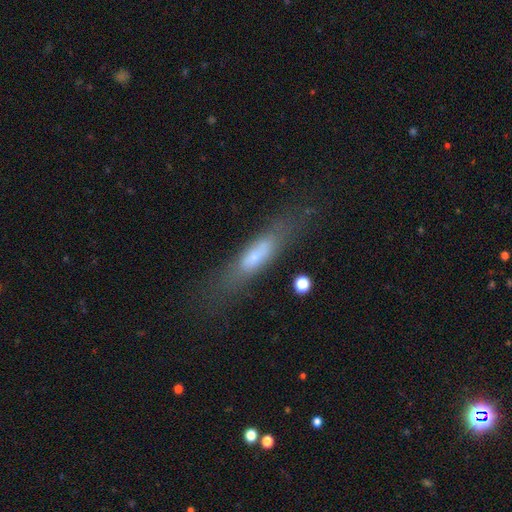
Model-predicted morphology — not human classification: Q: Smooth or featured?
A: smooth (56%); runner-up: featured or disk (35%)
Q: How rounded?
A: cigar-shaped (71%); runner-up: in between (27%)
Q: Merging?
A: none (63%); runner-up: minor disturbance (20%)